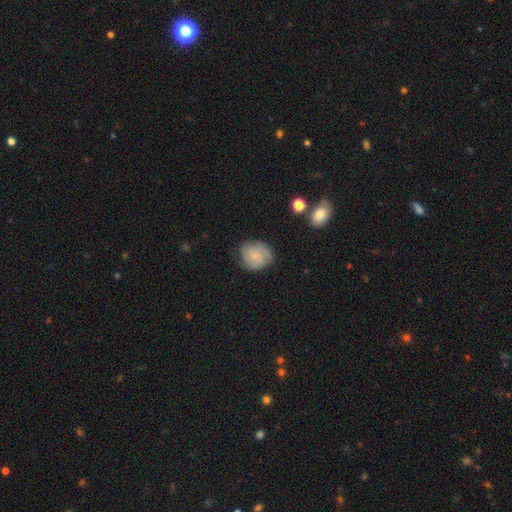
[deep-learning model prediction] This appears to be a featured or disk galaxy (54%) with no bar (76%), spiral arms (90%) and a small central bulge (71%). Merging: none (71%).